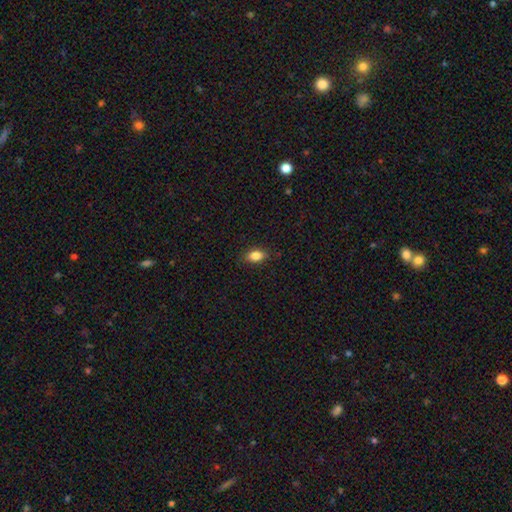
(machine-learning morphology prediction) Smooth or featured? Predicted: smooth (p=0.84). How rounded? Predicted: in between (p=0.84). Merging? Predicted: none (p=0.85).